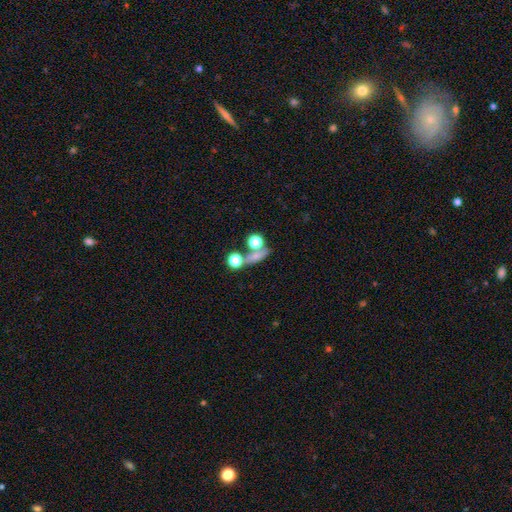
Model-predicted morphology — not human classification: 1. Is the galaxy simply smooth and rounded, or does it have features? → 62% smooth, 21% featured or disk, 17% star or artifact.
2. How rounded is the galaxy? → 36% round, 33% in between, 31% cigar-shaped.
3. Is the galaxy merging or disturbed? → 55% none, 27% merger, 11% minor disturbance, 7% major disturbance.